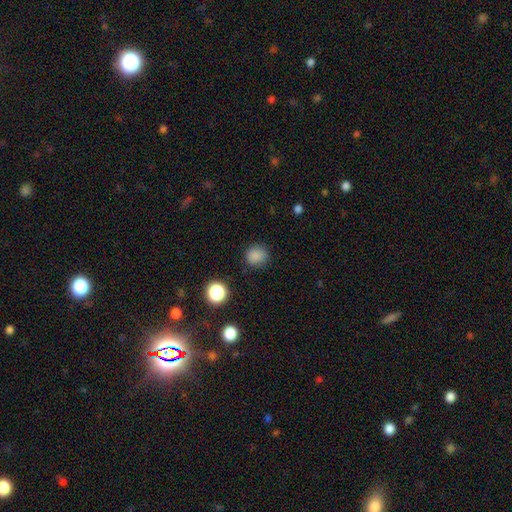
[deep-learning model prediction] A smooth galaxy with no disk features (84%) that is round (87%). Merging: none (85%).